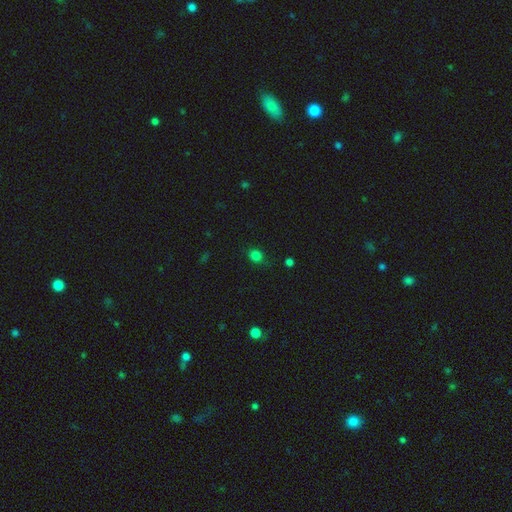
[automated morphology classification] type=smooth (79%); roundness=round (70%); merging=none (80%).